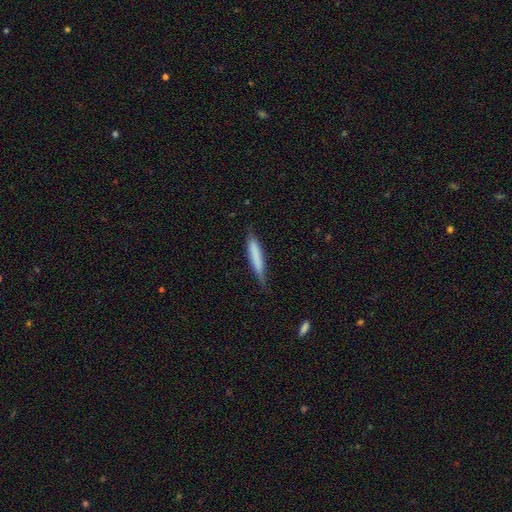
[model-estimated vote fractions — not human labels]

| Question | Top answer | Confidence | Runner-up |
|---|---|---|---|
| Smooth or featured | smooth | 75% | featured or disk (19%) |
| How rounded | cigar-shaped | 92% | in between (7%) |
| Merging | none | 75% | minor disturbance (20%) |